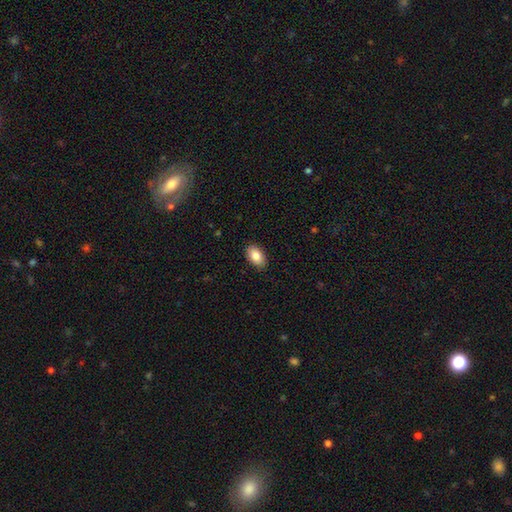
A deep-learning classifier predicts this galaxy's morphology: The model was most divided on "smooth or featured": smooth: 85%, featured or disk: 8%, star or artifact: 7%. More confident: how rounded — in between (92%); merging — none (88%).